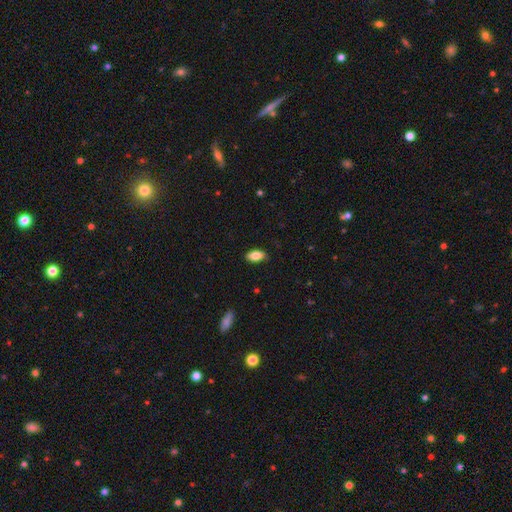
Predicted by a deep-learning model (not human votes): Overall: smooth (85%). How rounded: in between (92%). Merging: none (83%).